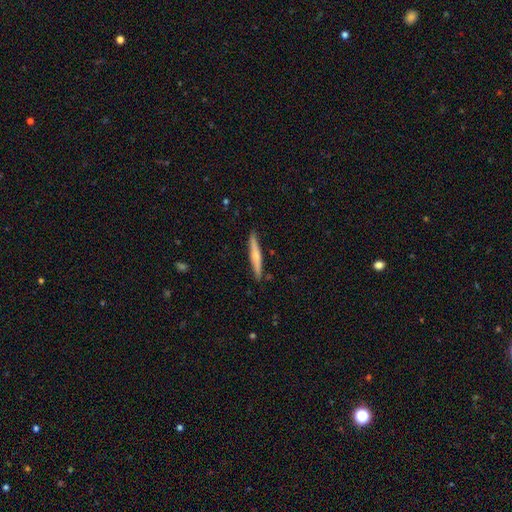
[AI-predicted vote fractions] A featured or disk galaxy (48%).

Vote fractions:
- Smooth or featured? featured or disk: 48% / smooth: 46% / star or artifact: 6%
- Merging? none: 89% / minor disturbance: 8% / major disturbance: 1% / merger: 1%